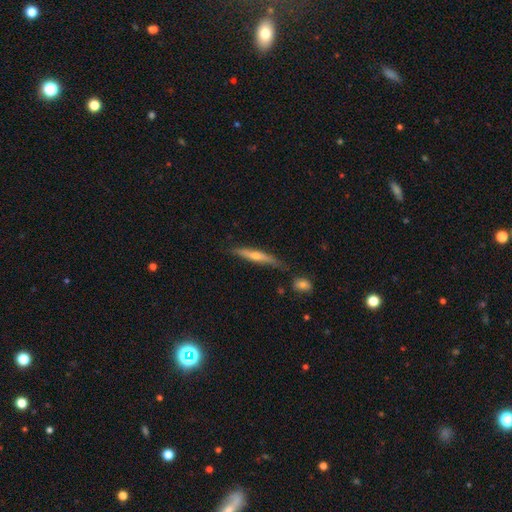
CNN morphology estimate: smooth-or-featured: featured or disk: 65% | smooth: 27% | star or artifact: 7%
  disk-edge-on: yes: 95% | no: 5%
    edge-on-bulge: rounded: 85% | none: 11% | boxy: 3%
  merging: none: 79% | minor disturbance: 14% | merger: 5% | major disturbance: 3%